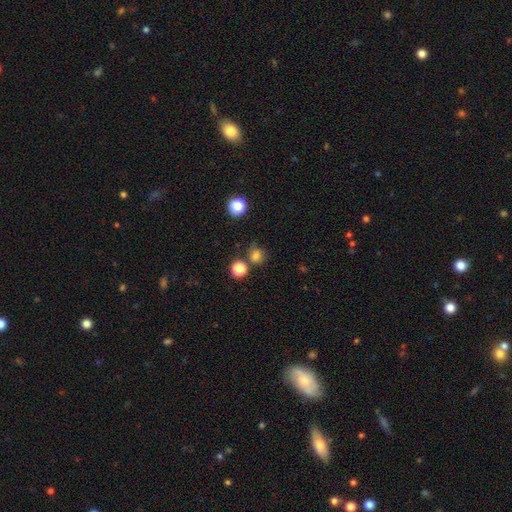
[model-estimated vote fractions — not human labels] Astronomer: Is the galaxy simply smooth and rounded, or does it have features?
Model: smooth — 76%.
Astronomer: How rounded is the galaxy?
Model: round — 81%.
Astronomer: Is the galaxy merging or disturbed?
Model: none — 67%.